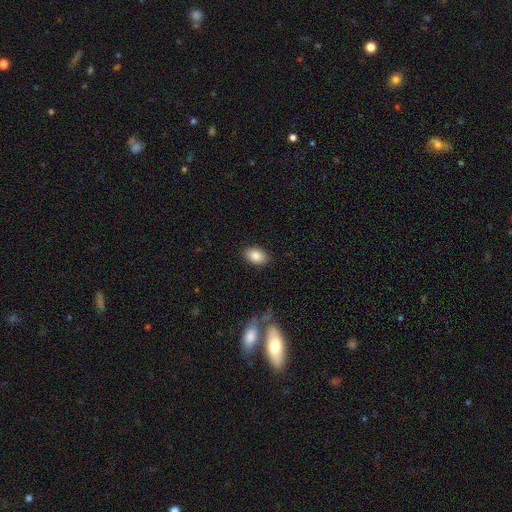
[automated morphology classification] type=smooth (86%); roundness=in between (87%); merging=none (86%).